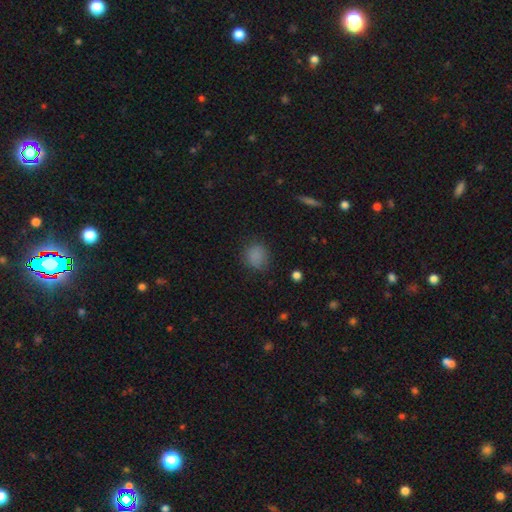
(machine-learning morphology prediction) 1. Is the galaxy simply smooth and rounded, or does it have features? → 82% smooth, 13% star or artifact, 5% featured or disk.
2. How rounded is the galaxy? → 80% round, 19% in between, 1% cigar-shaped.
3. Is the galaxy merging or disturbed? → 79% none, 16% minor disturbance, 5% major disturbance, 1% merger.